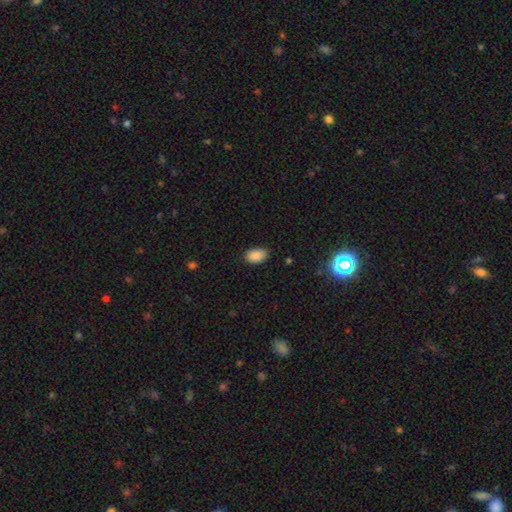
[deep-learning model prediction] smooth 87%, star or artifact 8%, featured or disk 4%. Down the decision tree: how rounded — in between (93%); merging — none (84%).